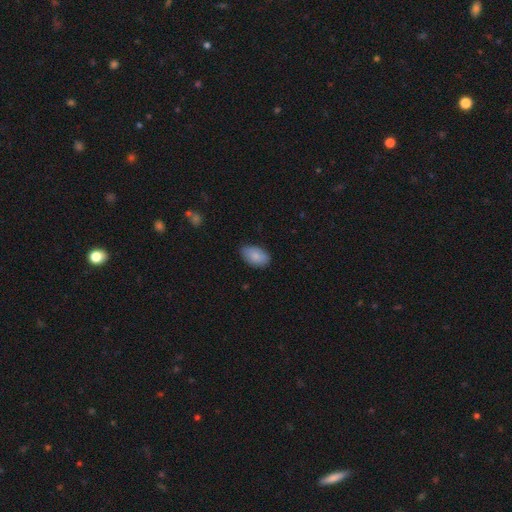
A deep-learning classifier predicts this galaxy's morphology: Q: Smooth or featured?
A: smooth (85%); runner-up: featured or disk (8%)
Q: How rounded?
A: in between (93%); runner-up: round (6%)
Q: Merging?
A: none (81%); runner-up: minor disturbance (16%)